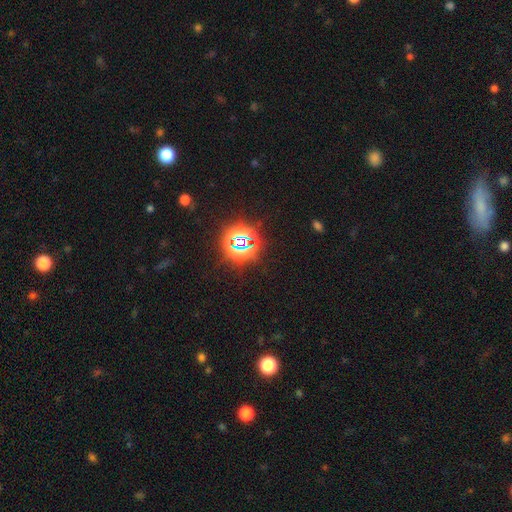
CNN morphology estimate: smooth_or_featured: star or artifact (p=0.78) [alt: smooth p=0.15]